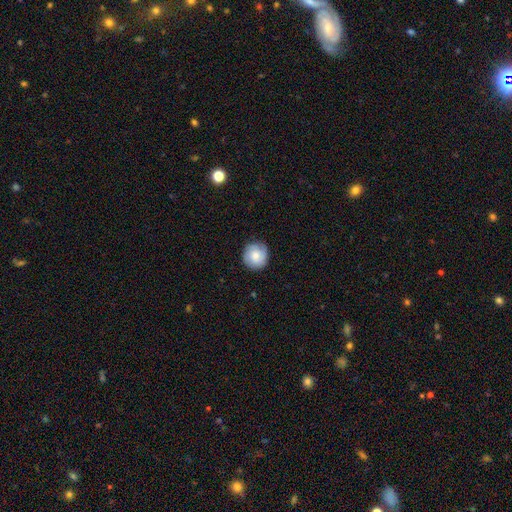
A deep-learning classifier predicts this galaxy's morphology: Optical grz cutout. It shows a smooth galaxy with no disk features (71%) that is round (93%). Merging: none (85%).